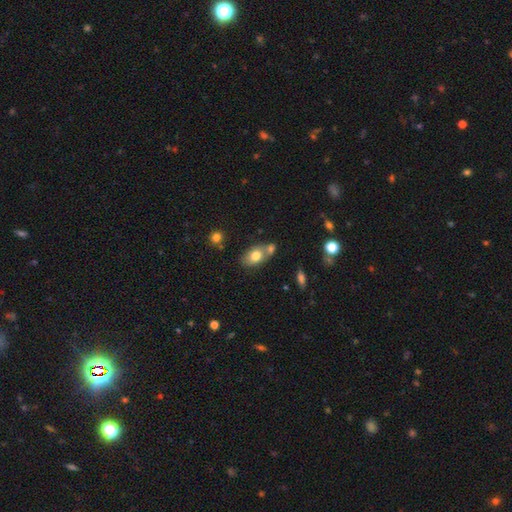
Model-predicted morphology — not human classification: Smooth or featured?
  - smooth: 76% *
  - featured or disk: 16%
  - star or artifact: 8%
How rounded?
  - in between: 82% *
  - round: 15%
  - cigar-shaped: 2%
Merging?
  - none: 46% *
  - merger: 36%
  - minor disturbance: 13%
  - major disturbance: 4%